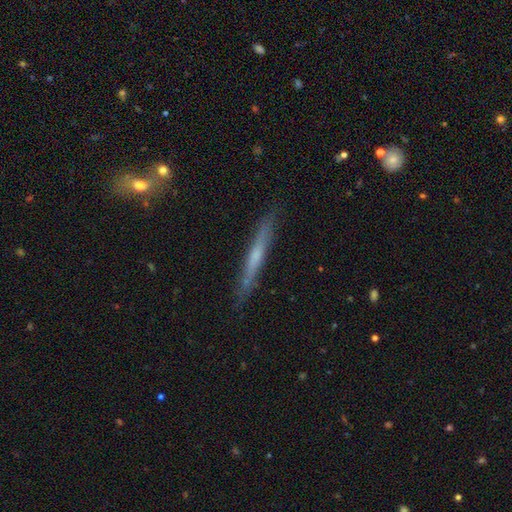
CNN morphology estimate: A featured or disk galaxy (50%). Merging: none (87%).